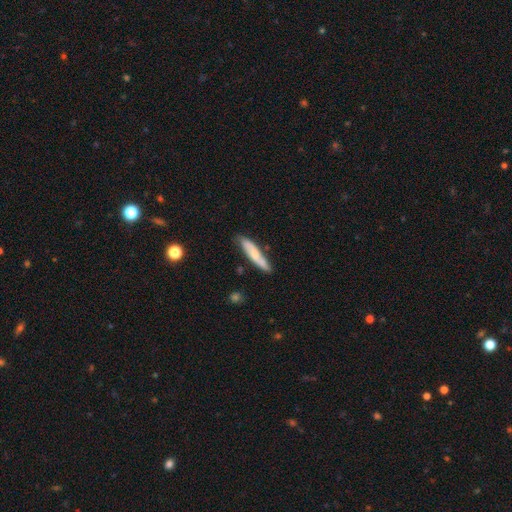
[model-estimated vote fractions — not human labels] Smooth or featured? Predicted: smooth (p=0.62). How rounded? Predicted: cigar-shaped (p=0.81). Merging? Predicted: none (p=0.78).